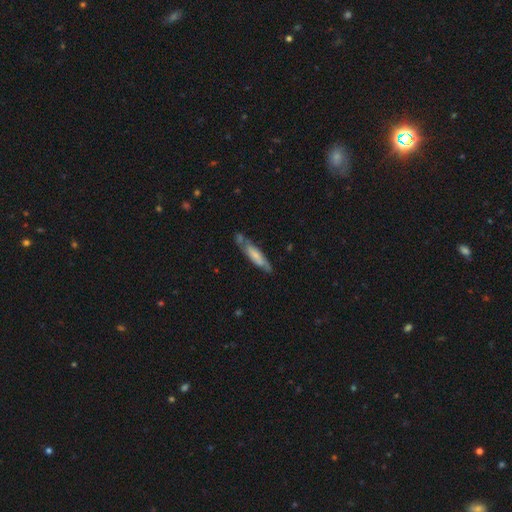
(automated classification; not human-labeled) The model was most divided on "smooth or featured": smooth: 51%, featured or disk: 43%, star or artifact: 6%. More confident: how rounded — cigar-shaped (74%); merging — none (60%).